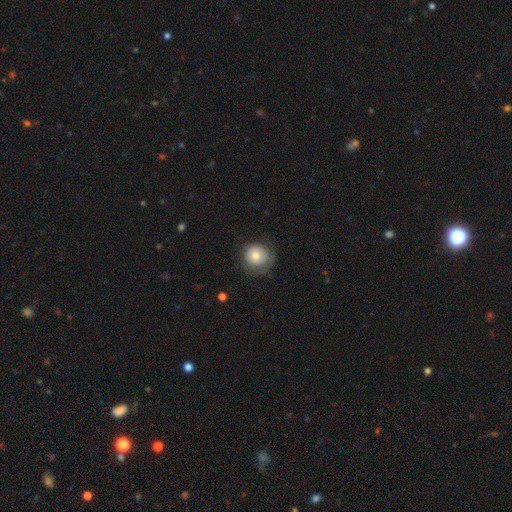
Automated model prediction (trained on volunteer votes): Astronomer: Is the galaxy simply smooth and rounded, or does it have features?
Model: smooth — 68%.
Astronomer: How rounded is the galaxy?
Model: round — 89%.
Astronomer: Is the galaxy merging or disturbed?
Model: none — 65%.